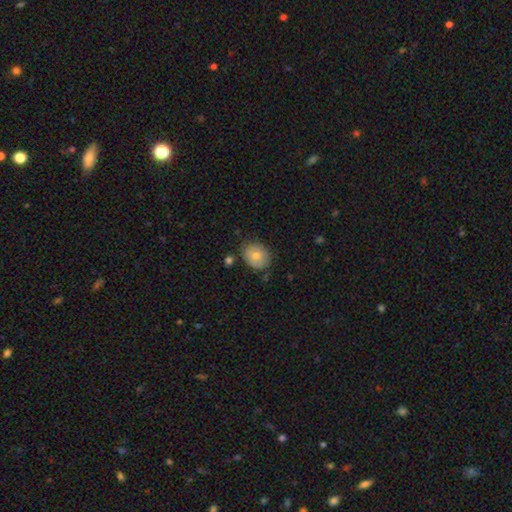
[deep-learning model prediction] A smooth galaxy with no disk features (69%) that is round (67%).

Vote fractions:
- Smooth or featured? smooth: 69% / featured or disk: 22% / star or artifact: 9%
- How rounded? round: 67% / in between: 32% / cigar-shaped: 1%
- Merging? none: 79% / minor disturbance: 15% / major disturbance: 3% / merger: 3%